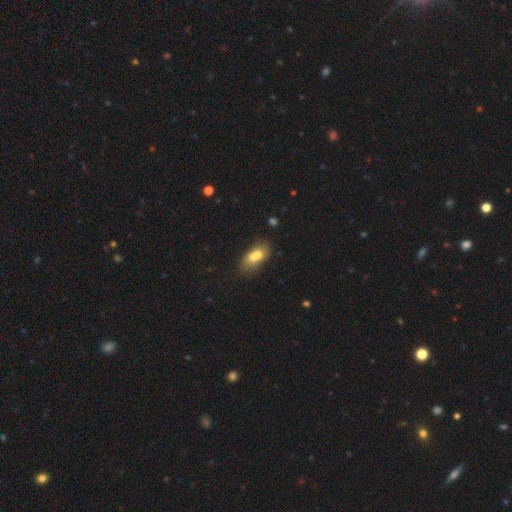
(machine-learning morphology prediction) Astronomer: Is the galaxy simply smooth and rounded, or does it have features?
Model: smooth — 68%.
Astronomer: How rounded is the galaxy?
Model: in between — 79%.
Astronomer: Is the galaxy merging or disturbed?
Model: merger — 52% (runner-up: none, 31%).